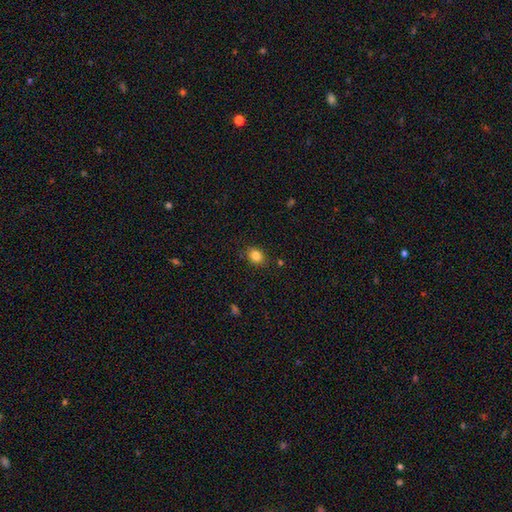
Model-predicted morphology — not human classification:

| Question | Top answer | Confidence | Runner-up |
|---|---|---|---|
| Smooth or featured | smooth | 83% | star or artifact (10%) |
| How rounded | in between | 57% | round (42%) |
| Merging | none | 83% | minor disturbance (13%) |